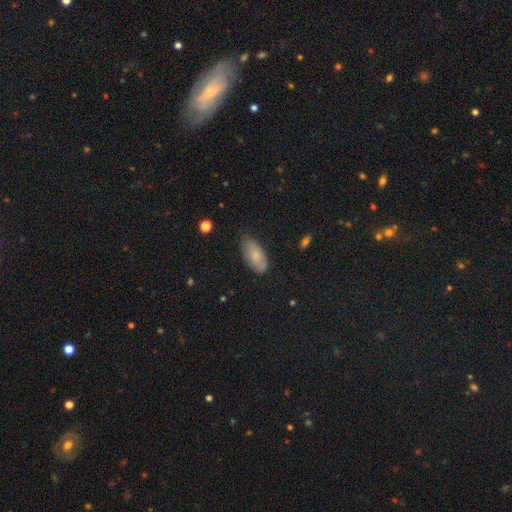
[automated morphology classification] The model was most divided on "merging": none: 68%, minor disturbance: 26%, major disturbance: 4%, merger: 1%. More confident: how rounded — in between (90%); smooth or featured — smooth (77%).